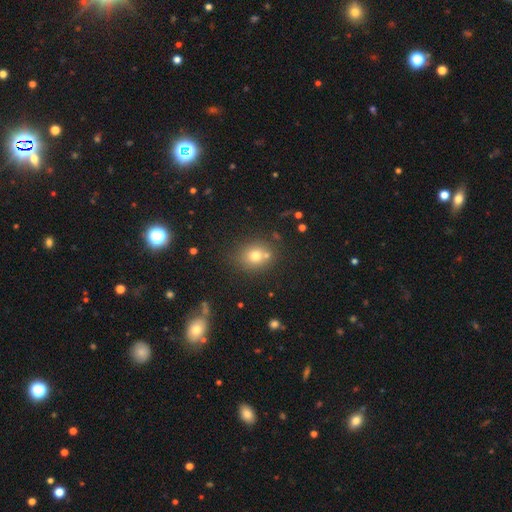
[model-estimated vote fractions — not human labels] Smooth or featured? smooth (70%)
How rounded? round (72%)
Merging? none (68%)